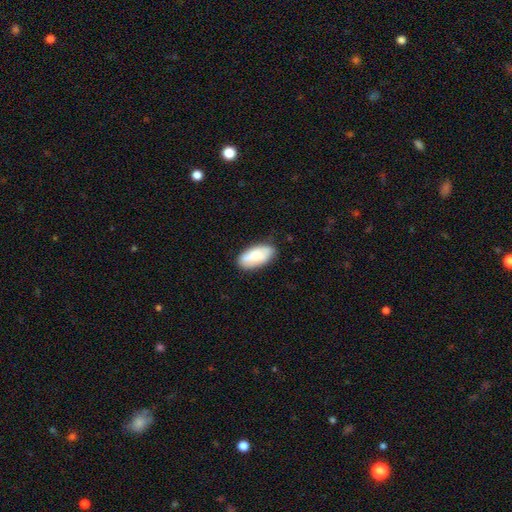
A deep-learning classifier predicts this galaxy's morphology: A smooth galaxy with no disk features (74%) that is in between round and cigar-shaped (93%).

Vote fractions:
- Smooth or featured? smooth: 74% / featured or disk: 20% / star or artifact: 6%
- How rounded? in between: 93% / cigar-shaped: 5% / round: 2%
- Merging? none: 81% / minor disturbance: 15% / major disturbance: 3% / merger: 1%